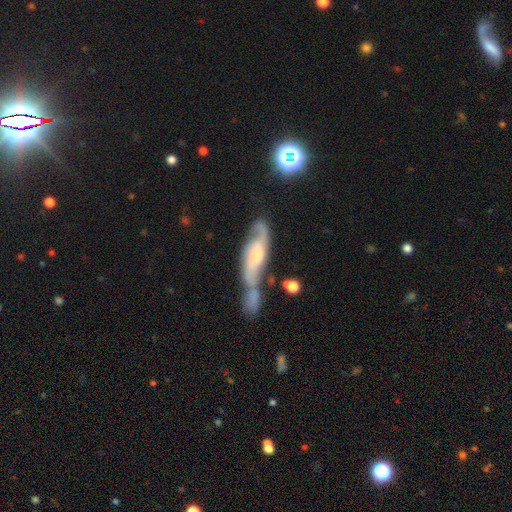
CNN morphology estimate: A featured or disk galaxy (71%) with no bar (58%), 2 (80%) medium (42%) spiral arms (90%) and a small central bulge (51%). Merging: merger (43%).